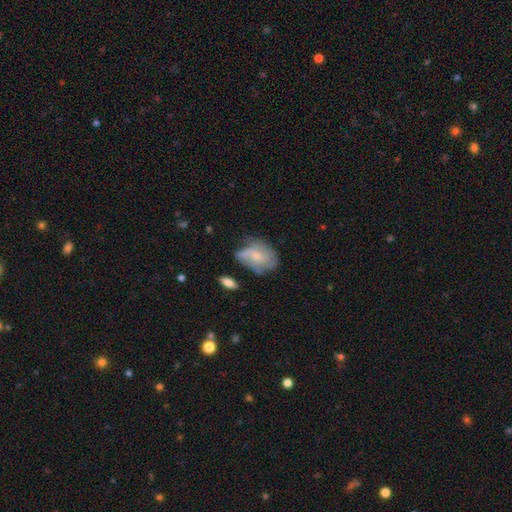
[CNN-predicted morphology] Smooth or featured?
  - smooth: 46% * (tied)
  - featured or disk: 46% * (tied)
  - star or artifact: 8%
Merging?
  - none: 42% *
  - minor disturbance: 35%
  - major disturbance: 19%
  - merger: 5%